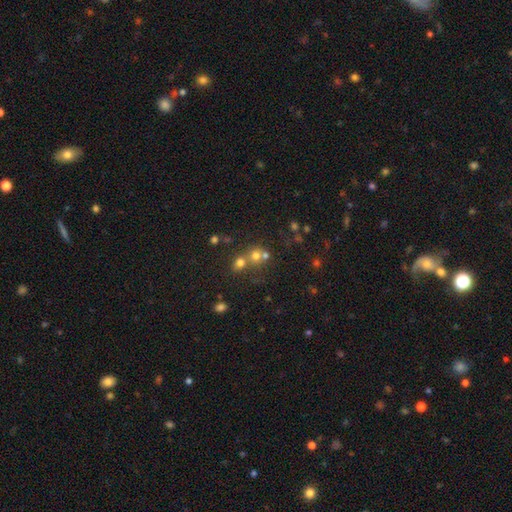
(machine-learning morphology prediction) Smooth or featured: smooth — 63% (star or artifact — 22%)
How rounded: round — 81% (in between — 18%)
Merging: merger — 46% (none — 44%)